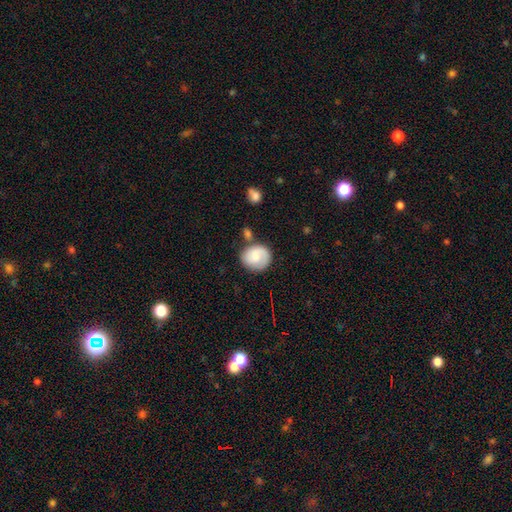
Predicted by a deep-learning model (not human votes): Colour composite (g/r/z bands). It shows a smooth galaxy with no disk features (63%) that is round (72%). Merging: none (64%).